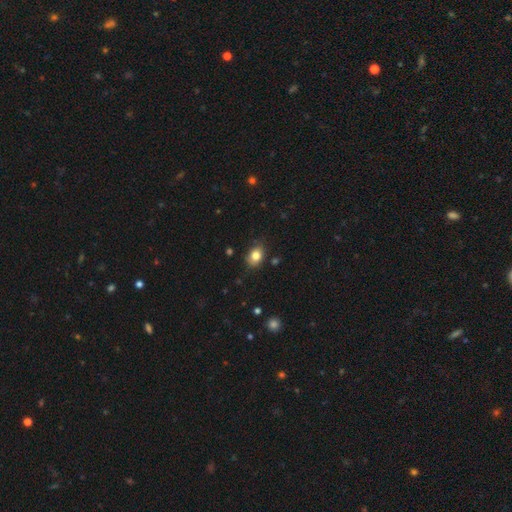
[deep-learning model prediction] This appears to be a smooth galaxy with no disk features (82%) that is in between round and cigar-shaped (68%). Merging: none (78%).